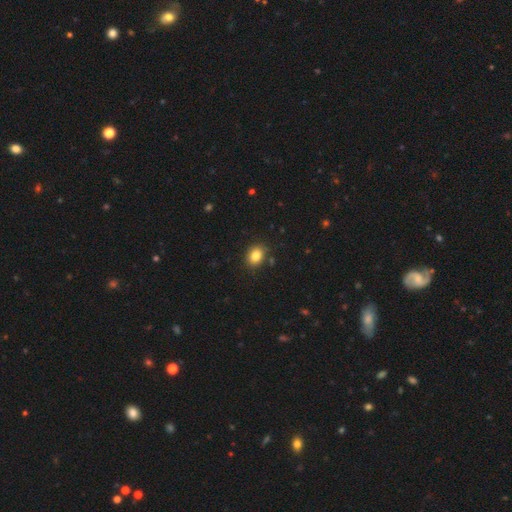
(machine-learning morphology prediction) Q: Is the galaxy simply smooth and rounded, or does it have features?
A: smooth — 84%.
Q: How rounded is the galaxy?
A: in between — 52%.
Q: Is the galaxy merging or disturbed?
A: none — 86%.